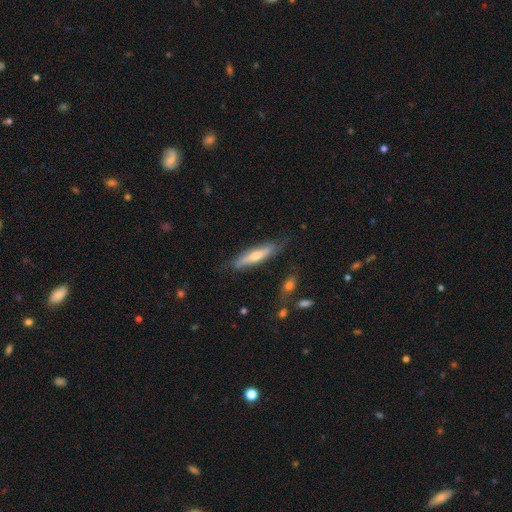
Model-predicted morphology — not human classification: This appears to be a featured or disk galaxy (49%). Merging: none (72%).